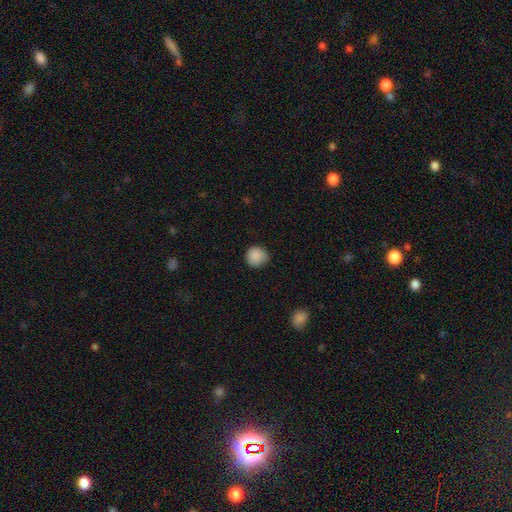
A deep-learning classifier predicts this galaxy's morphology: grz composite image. It shows a smooth galaxy with no disk features (88%) that is round (93%). Merging: none (81%).